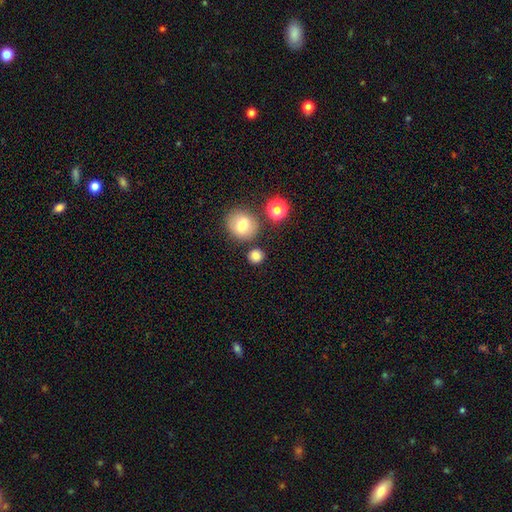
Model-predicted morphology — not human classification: Q: Smooth or featured?
A: smooth (80%); runner-up: star or artifact (13%)
Q: How rounded?
A: round (86%); runner-up: in between (13%)
Q: Merging?
A: none (79%); runner-up: merger (9%)